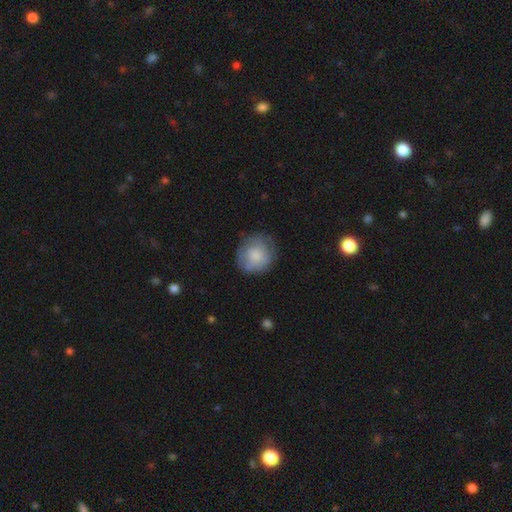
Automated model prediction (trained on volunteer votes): Smooth or featured? smooth (75%)
How rounded? round (87%)
Merging? none (72%)